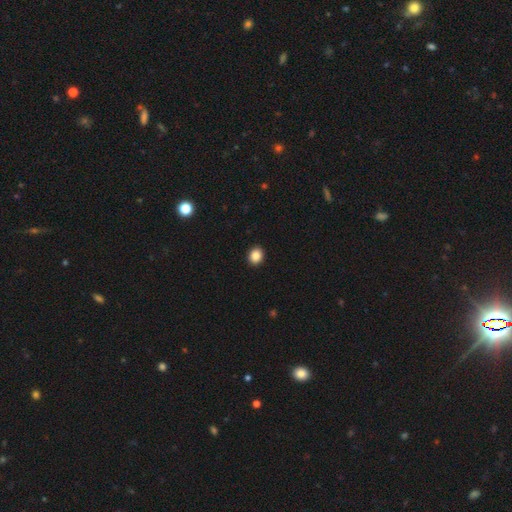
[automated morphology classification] The model was most divided on "how rounded": round: 68%, in between: 31%, cigar-shaped: 1%. More confident: merging — none (93%); smooth or featured — smooth (87%).